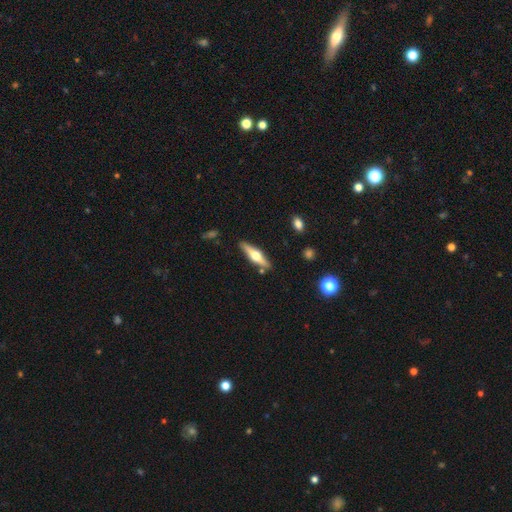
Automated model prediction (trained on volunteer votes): Overall: featured or disk (65%; smooth 30%). Edge-on disk: yes (96%). Edge-on bulge: rounded (95%). Merging: none (85%).